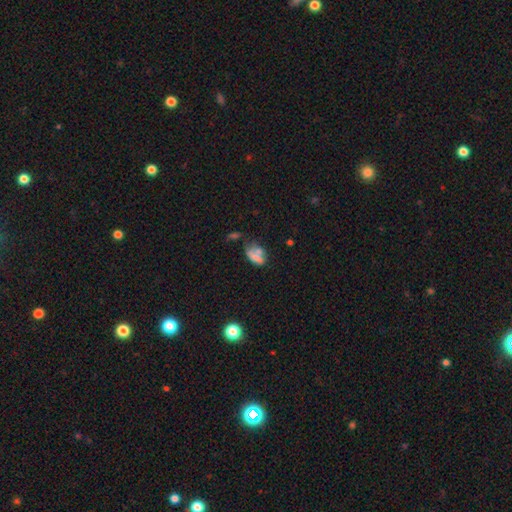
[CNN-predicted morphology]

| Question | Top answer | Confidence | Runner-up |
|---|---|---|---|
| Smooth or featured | smooth | 56% | featured or disk (31%) |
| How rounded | in between | 83% | round (12%) |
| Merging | merger | 39% | none (29%) |